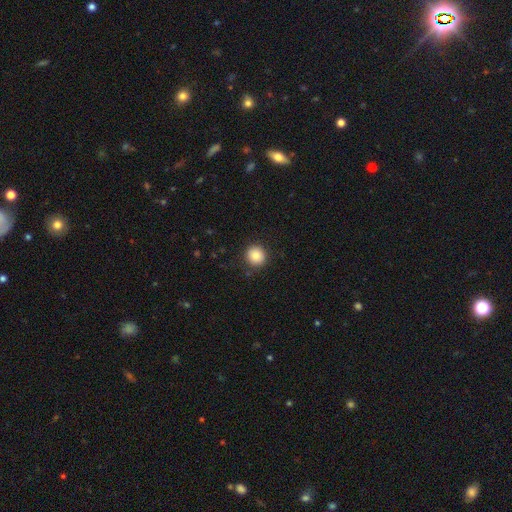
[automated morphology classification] Smooth or featured? Predicted: smooth (p=0.85). How rounded? Predicted: round (p=0.92). Merging? Predicted: none (p=0.89).